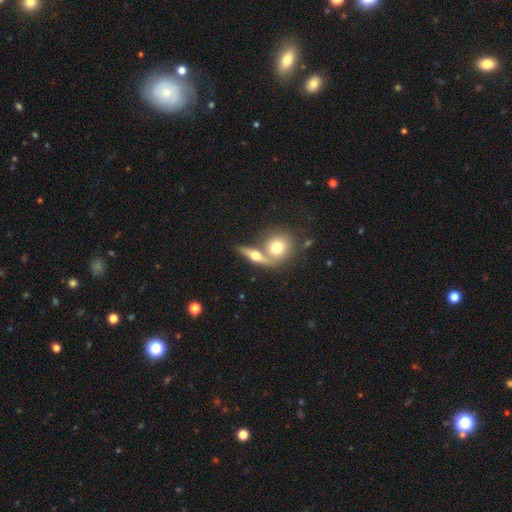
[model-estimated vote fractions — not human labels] A featured or disk galaxy (53%) viewed edge-on (83%). Merging: none (52%).